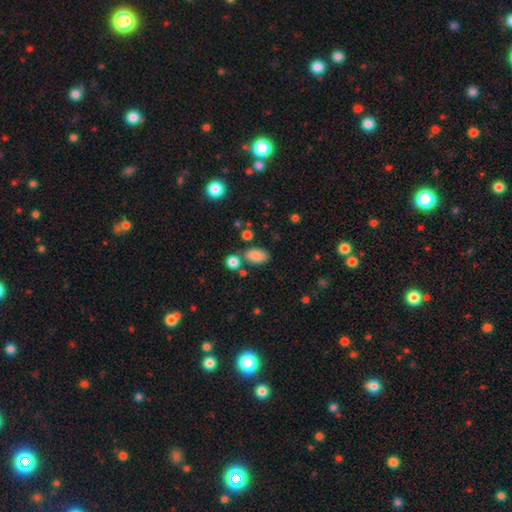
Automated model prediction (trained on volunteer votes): Overall: smooth (85%). How rounded: in between (90%). Merging: none (71%).